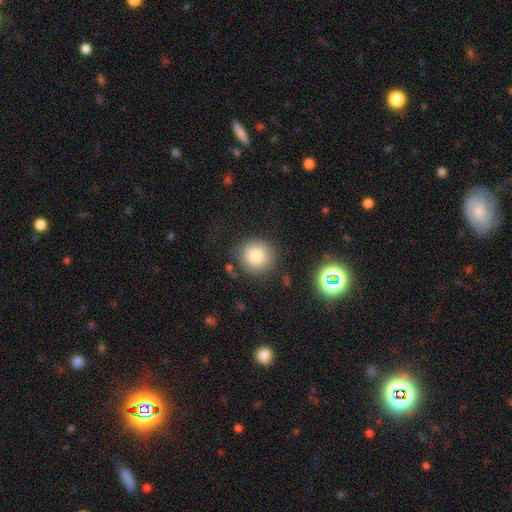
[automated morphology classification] smooth_or_featured: smooth (p=0.80) [alt: star or artifact p=0.11]
how_rounded: round (p=0.92) [alt: in between p=0.07]
merging: none (p=0.80) [alt: minor disturbance p=0.12]